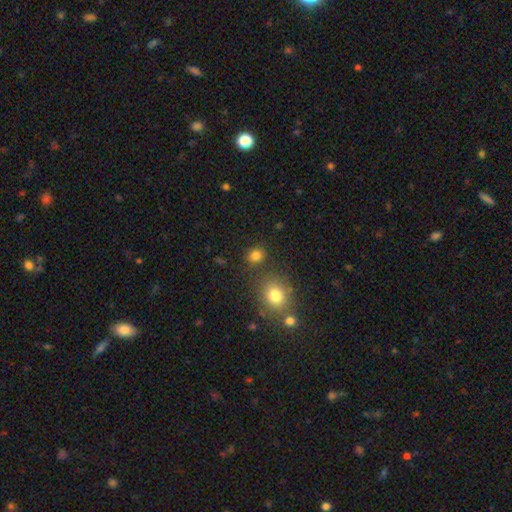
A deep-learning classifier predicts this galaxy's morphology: Smooth or featured: smooth — 80% (star or artifact — 15%)
How rounded: round — 75% (in between — 24%)
Merging: none — 79% (minor disturbance — 9%)